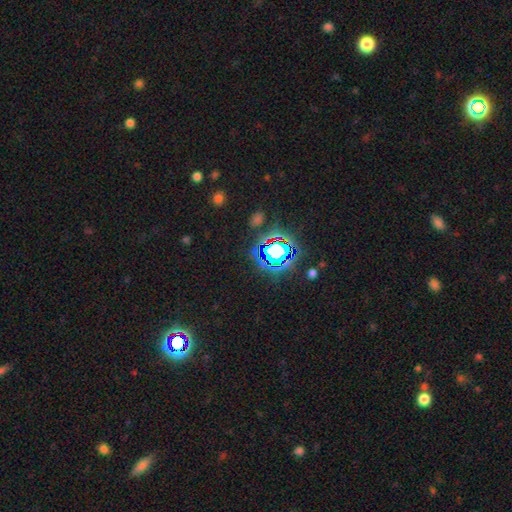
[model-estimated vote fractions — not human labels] Morphology: type=star or artifact (79%).